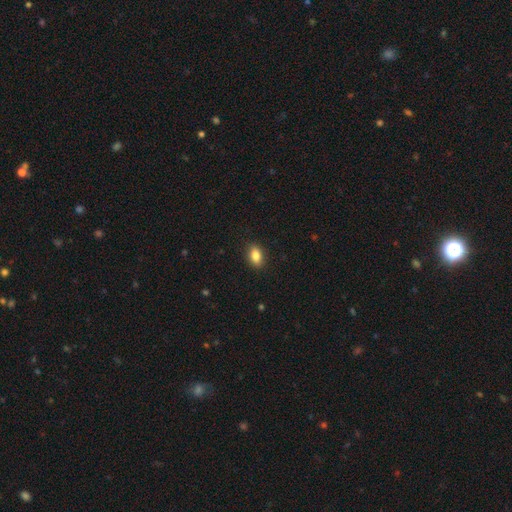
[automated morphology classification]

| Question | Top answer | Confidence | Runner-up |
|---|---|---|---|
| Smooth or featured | smooth | 85% | star or artifact (8%) |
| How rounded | in between | 85% | round (13%) |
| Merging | none | 89% | minor disturbance (8%) |